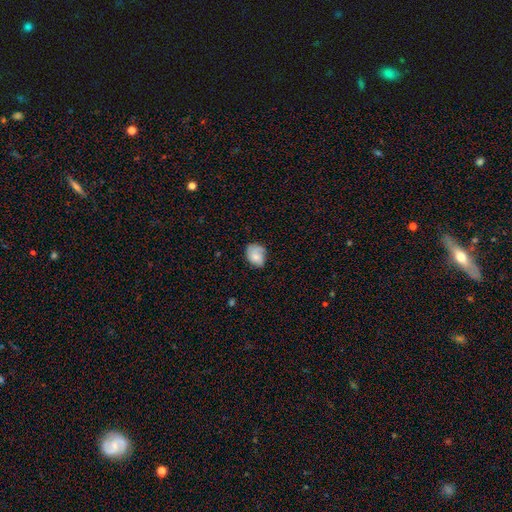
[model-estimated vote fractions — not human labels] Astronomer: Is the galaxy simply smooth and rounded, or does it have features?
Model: smooth — 66%.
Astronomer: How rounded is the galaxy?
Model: in between — 59% (runner-up: round, 40%).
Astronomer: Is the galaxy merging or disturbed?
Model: none — 54% (runner-up: minor disturbance, 32%).